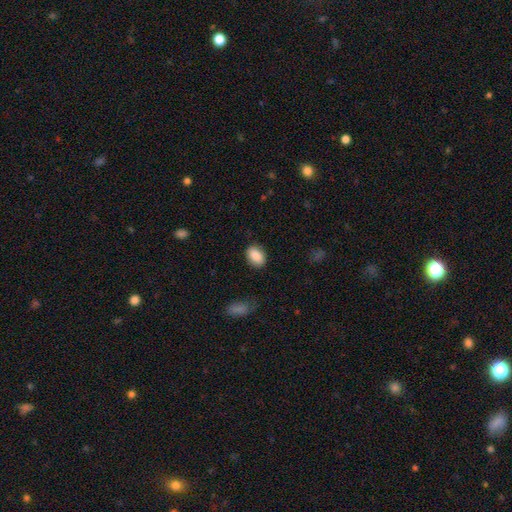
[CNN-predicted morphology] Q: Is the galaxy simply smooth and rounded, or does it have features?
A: smooth — 88%.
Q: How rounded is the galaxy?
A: in between — 85%.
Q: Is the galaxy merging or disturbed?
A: none — 85%.